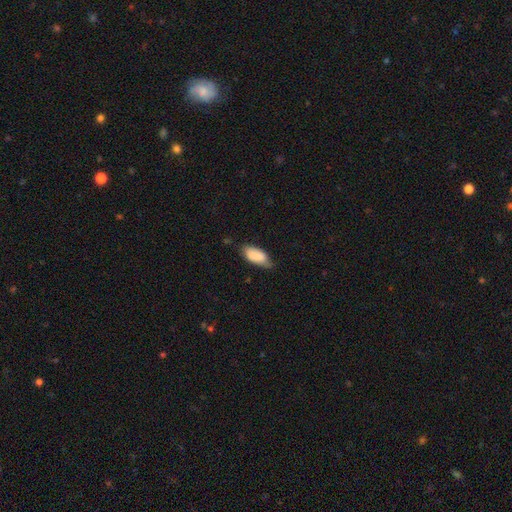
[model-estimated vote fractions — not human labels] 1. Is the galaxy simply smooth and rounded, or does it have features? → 86% smooth, 7% featured or disk, 6% star or artifact.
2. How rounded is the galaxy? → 90% in between, 8% cigar-shaped, 2% round.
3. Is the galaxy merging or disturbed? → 57% none, 35% minor disturbance, 7% major disturbance, 2% merger.